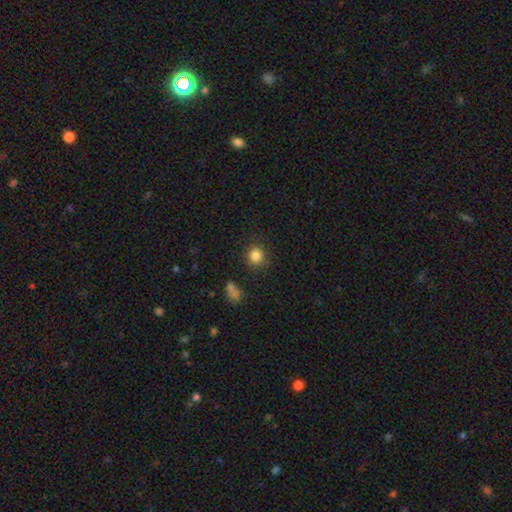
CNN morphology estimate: A smooth galaxy with no disk features (84%) that is round (89%).

Vote fractions:
- Smooth or featured? smooth: 84% / star or artifact: 12% / featured or disk: 5%
- How rounded? round: 89% / in between: 10% / cigar-shaped: 1%
- Merging? none: 85% / minor disturbance: 9% / major disturbance: 3% / merger: 3%